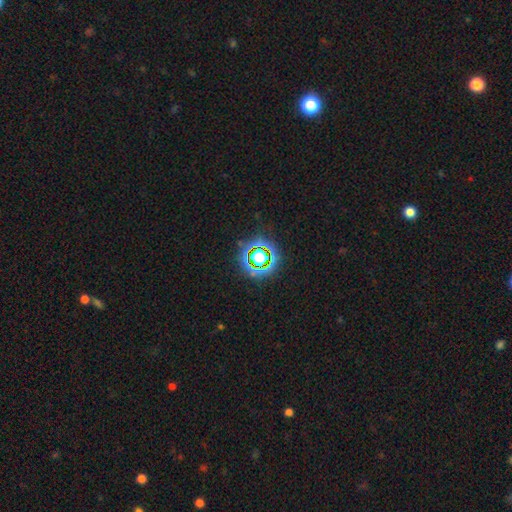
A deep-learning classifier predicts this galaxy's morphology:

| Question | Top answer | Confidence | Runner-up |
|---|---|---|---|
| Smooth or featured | star or artifact | 69% | smooth (19%) |